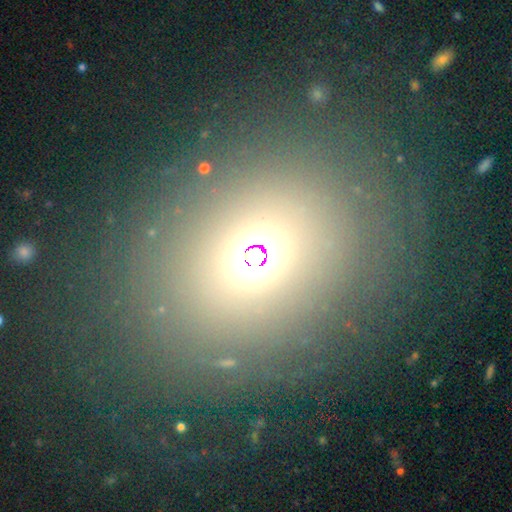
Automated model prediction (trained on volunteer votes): Overall: smooth (54%; star or artifact 34%). How rounded: round (56%; in between 41%). Merging: none (83%).